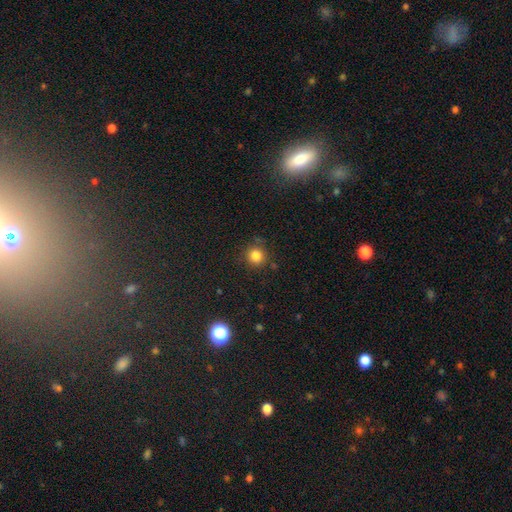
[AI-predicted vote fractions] A smooth galaxy with no disk features (83%) that is round (93%).

Vote fractions:
- Smooth or featured? smooth: 83% / star or artifact: 13% / featured or disk: 5%
- How rounded? round: 93% / in between: 6% / cigar-shaped: 1%
- Merging? none: 83% / minor disturbance: 11% / major disturbance: 3% / merger: 3%